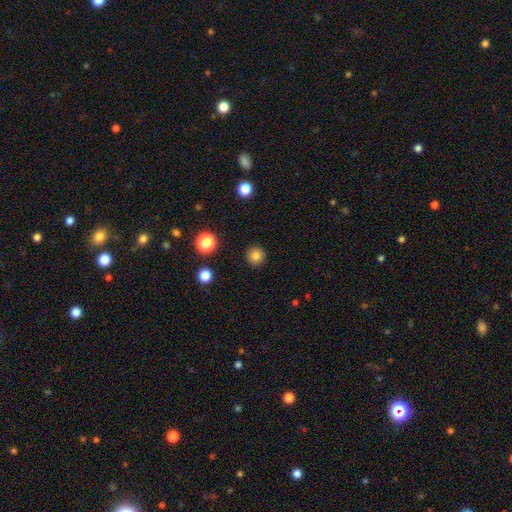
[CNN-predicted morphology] This is clearly a smooth galaxy (82%). How rounded: clearly round (95%). Merging: clearly none (91%).